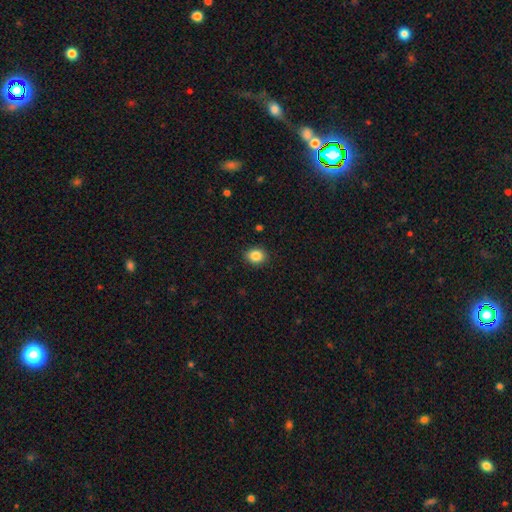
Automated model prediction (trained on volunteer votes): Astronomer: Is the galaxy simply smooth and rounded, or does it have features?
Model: smooth — 86%.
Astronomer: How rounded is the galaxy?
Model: round — 54% (runner-up: in between, 45%).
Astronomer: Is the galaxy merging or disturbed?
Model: none — 90%.